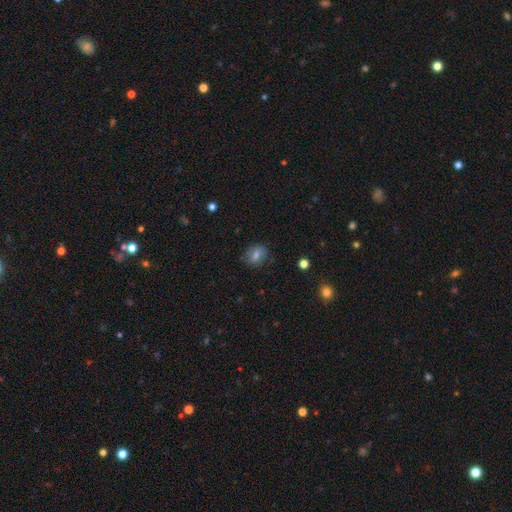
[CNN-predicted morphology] Smooth or featured?
  - smooth: 68% *
  - featured or disk: 21%
  - star or artifact: 11%
How rounded?
  - in between: 50% *
  - round: 48%
  - cigar-shaped: 2%
Merging?
  - none: 77% *
  - minor disturbance: 17%
  - major disturbance: 5%
  - merger: 2%